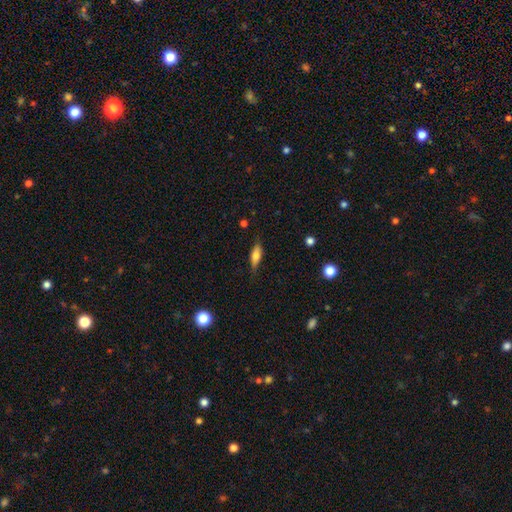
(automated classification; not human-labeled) Overall: smooth (62%; featured or disk 31%). How rounded: in between (57%; cigar-shaped 40%). Merging: none (76%).